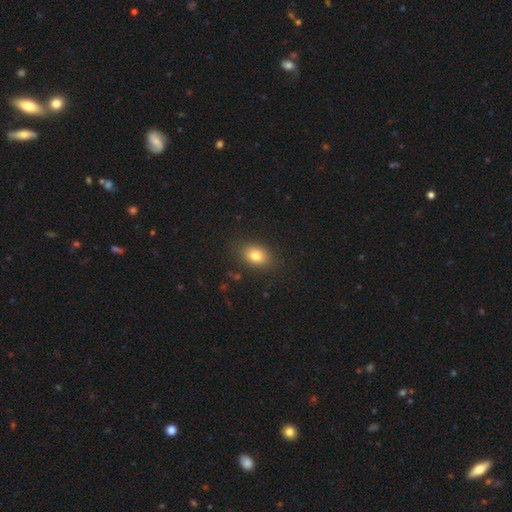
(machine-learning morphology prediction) Smooth or featured? smooth (79%)
How rounded? in between (71%)
Merging? none (85%)